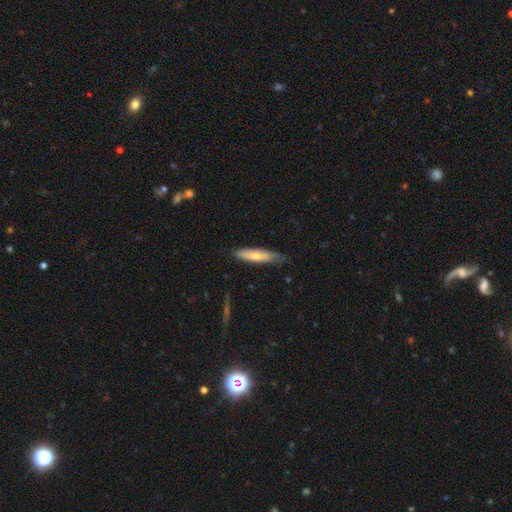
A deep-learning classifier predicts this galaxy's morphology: smooth-or-featured: smooth: 66% | featured or disk: 29% | star or artifact: 6%
  how-rounded: cigar-shaped: 70% | in between: 28% | round: 2%
  merging: none: 71% | minor disturbance: 24% | major disturbance: 4% | merger: 1%